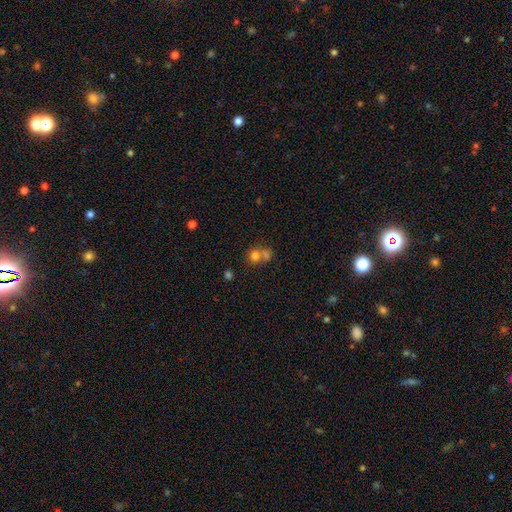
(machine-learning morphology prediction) This appears to be a smooth galaxy with no disk features (75%) that is round (76%). Merging: merger (51%).